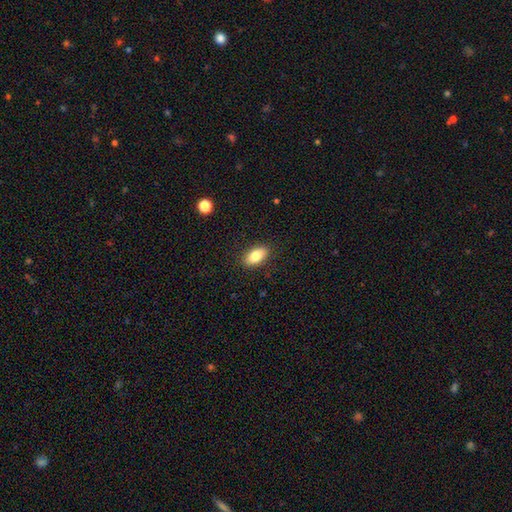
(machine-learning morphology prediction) A smooth galaxy with no disk features (83%) that is in between round and cigar-shaped (91%). Merging: none (88%).